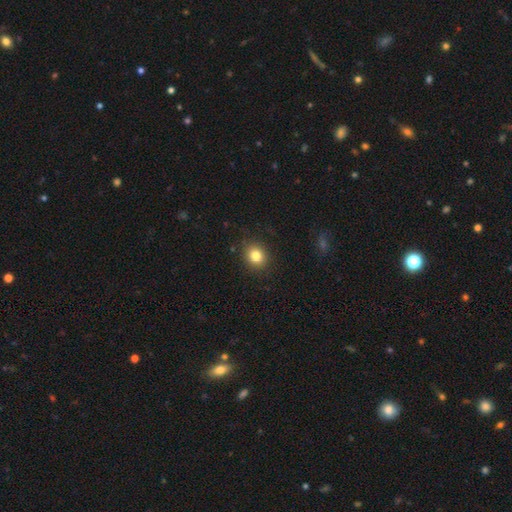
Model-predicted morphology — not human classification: A smooth galaxy with no disk features (82%) that is round (71%).

Vote fractions:
- Smooth or featured? smooth: 82% / star or artifact: 11% / featured or disk: 7%
- How rounded? round: 71% / in between: 28% / cigar-shaped: 1%
- Merging? none: 88% / minor disturbance: 9% / major disturbance: 2% / merger: 1%